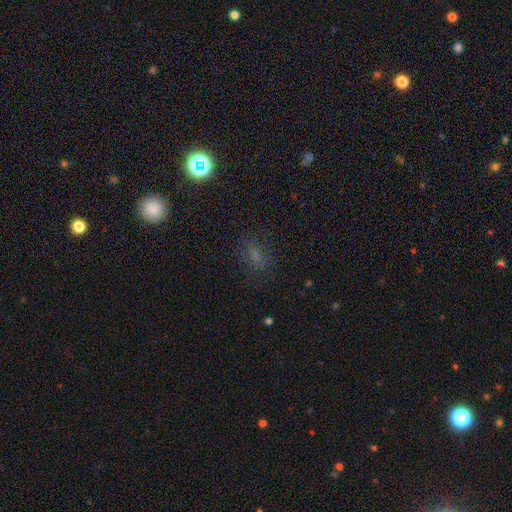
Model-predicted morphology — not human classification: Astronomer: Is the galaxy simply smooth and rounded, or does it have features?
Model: smooth — 56%.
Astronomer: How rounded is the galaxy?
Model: in between — 66%.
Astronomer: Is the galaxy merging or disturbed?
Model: none — 76%.